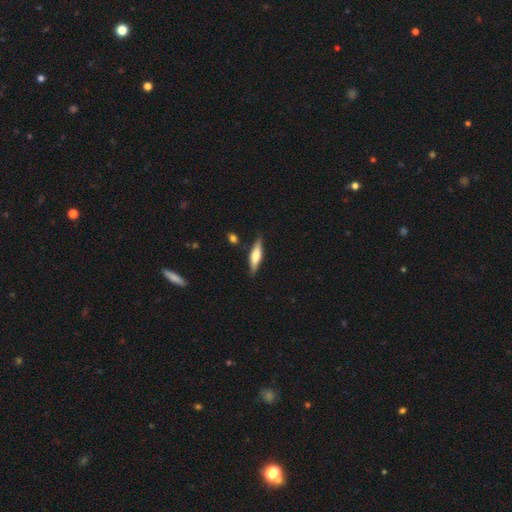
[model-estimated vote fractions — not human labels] A featured or disk galaxy (49%). Merging: none (85%).